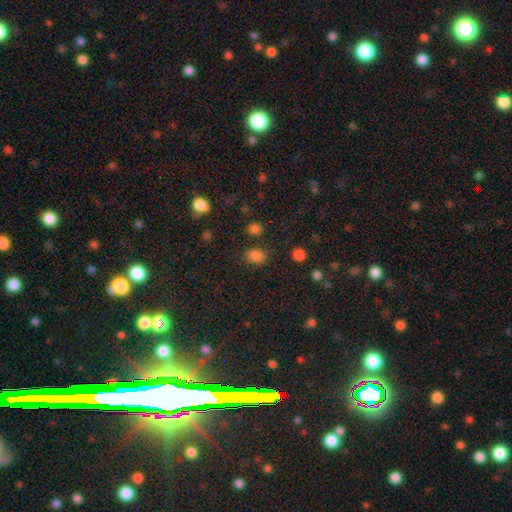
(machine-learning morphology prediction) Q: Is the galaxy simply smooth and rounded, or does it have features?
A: smooth — 80%.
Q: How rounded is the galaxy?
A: in between — 65%.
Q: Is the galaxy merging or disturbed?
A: none — 75%.